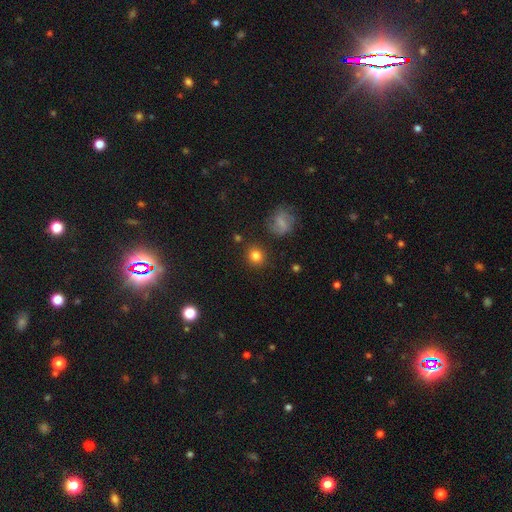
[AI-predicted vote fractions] This is clearly a smooth galaxy (83%). How rounded: clearly round (87%). Merging: clearly none (87%).